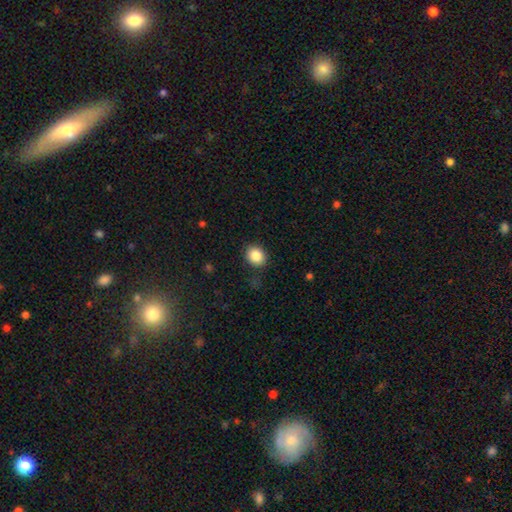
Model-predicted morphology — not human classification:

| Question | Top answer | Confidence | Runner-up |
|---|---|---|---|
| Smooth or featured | smooth | 86% | star or artifact (9%) |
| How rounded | round | 60% | in between (39%) |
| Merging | none | 86% | minor disturbance (10%) |